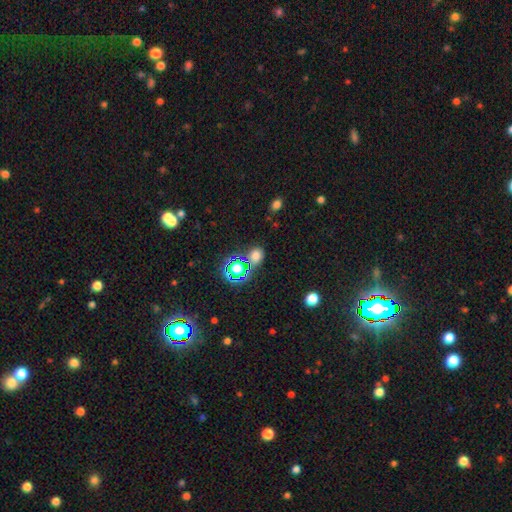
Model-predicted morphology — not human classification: Smooth or featured?
  - smooth: 61% *
  - star or artifact: 33%
  - featured or disk: 7%
How rounded?
  - round: 64% *
  - in between: 34%
  - cigar-shaped: 2%
Merging?
  - none: 73% *
  - merger: 11%
  - minor disturbance: 11%
  - major disturbance: 5%